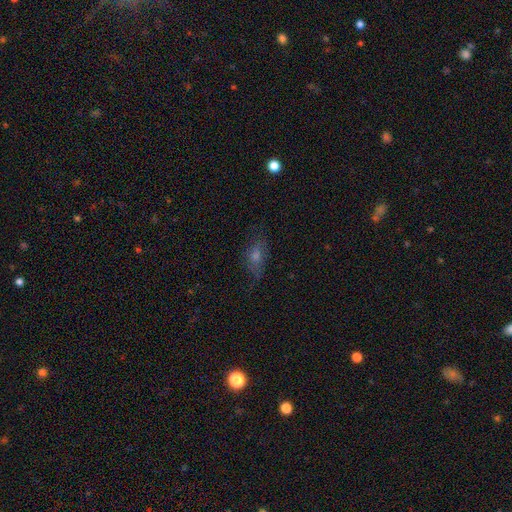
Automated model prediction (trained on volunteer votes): This appears to be a smooth galaxy with no disk features (45%). Merging: none (67%).